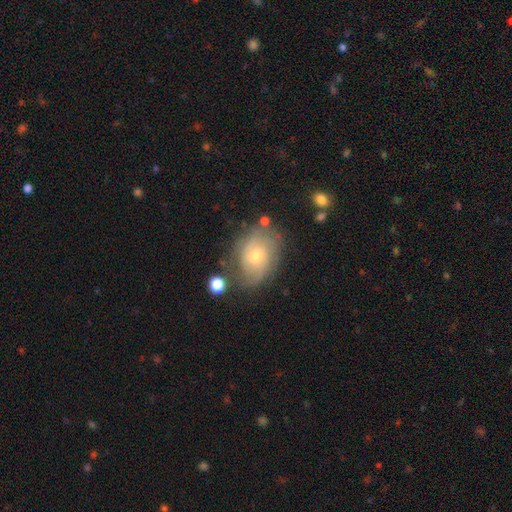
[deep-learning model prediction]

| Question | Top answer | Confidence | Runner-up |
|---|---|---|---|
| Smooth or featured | featured or disk | 66% | smooth (25%) |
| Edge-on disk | no | 96% | yes (4%) |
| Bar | no | 74% | weak (22%) |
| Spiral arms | yes | 86% | no (14%) |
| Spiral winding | tight | 53% | medium (33%) |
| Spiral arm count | can't tell | 40% | 2 (37%) |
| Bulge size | small | 52% | moderate (43%) |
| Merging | none | 67% | minor disturbance (21%) |